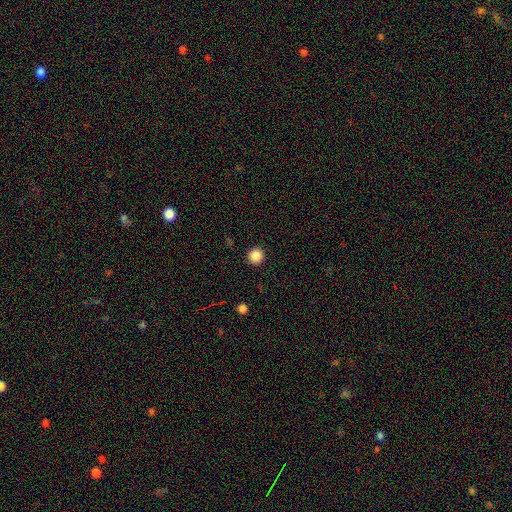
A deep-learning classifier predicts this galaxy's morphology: smooth-or-featured: smooth: 87% | star or artifact: 10% | featured or disk: 3%
  how-rounded: round: 96% | in between: 3% | cigar-shaped: 1%
  merging: none: 93% | minor disturbance: 5% | major disturbance: 2% | merger: 1%